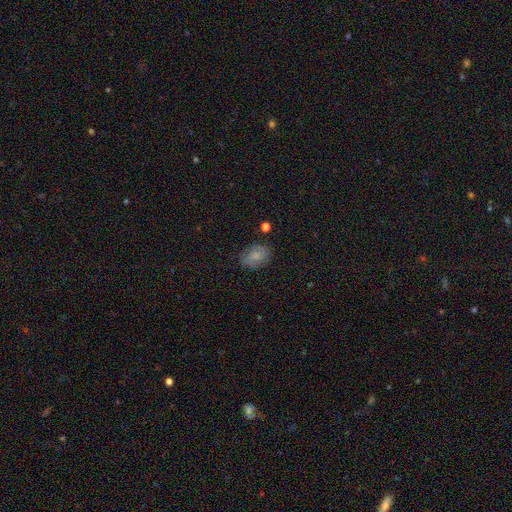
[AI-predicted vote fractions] A smooth galaxy with no disk features (69%) that is in between round and cigar-shaped (78%).

Vote fractions:
- Smooth or featured? smooth: 69% / featured or disk: 22% / star or artifact: 10%
- How rounded? in between: 78% / round: 21% / cigar-shaped: 1%
- Merging? none: 76% / minor disturbance: 17% / major disturbance: 5% / merger: 2%